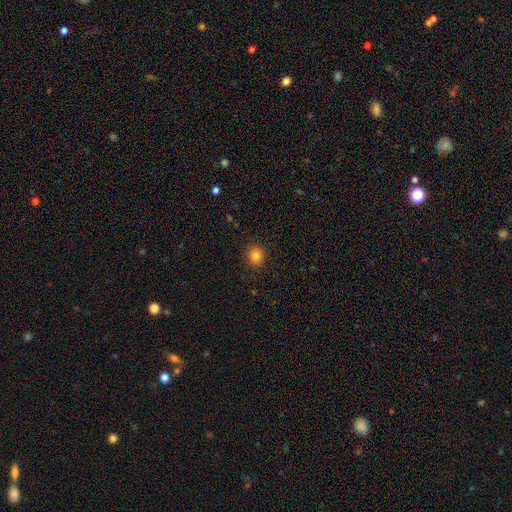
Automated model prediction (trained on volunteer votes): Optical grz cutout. It shows a smooth galaxy with no disk features (83%) that is round (82%). Merging: none (89%).